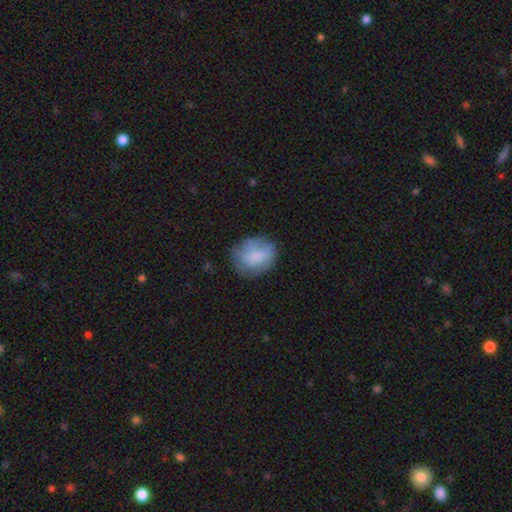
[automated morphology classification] Smooth or featured: smooth — 73% (featured or disk — 20%)
How rounded: round — 62% (in between — 37%)
Merging: none — 66% (minor disturbance — 23%)